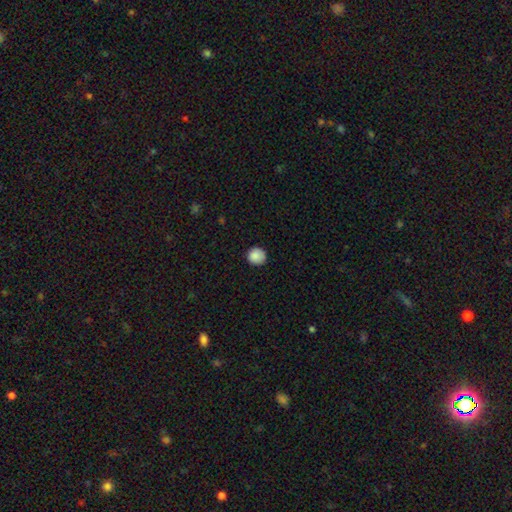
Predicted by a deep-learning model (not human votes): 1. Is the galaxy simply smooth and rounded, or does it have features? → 88% smooth, 9% star or artifact, 3% featured or disk.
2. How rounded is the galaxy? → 94% round, 5% in between, 1% cigar-shaped.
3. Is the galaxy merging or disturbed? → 89% none, 8% minor disturbance, 2% major disturbance, 1% merger.